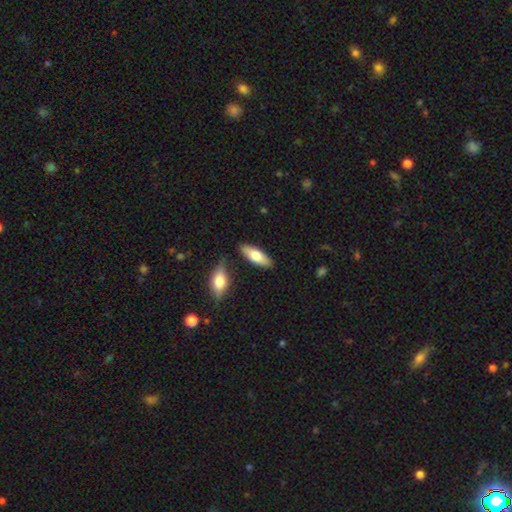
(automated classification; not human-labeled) Smooth or featured?
  - smooth: 72% *
  - featured or disk: 23%
  - star or artifact: 5%
How rounded?
  - in between: 64% *
  - cigar-shaped: 34%
  - round: 2%
Merging?
  - none: 81% *
  - minor disturbance: 11%
  - merger: 6%
  - major disturbance: 2%